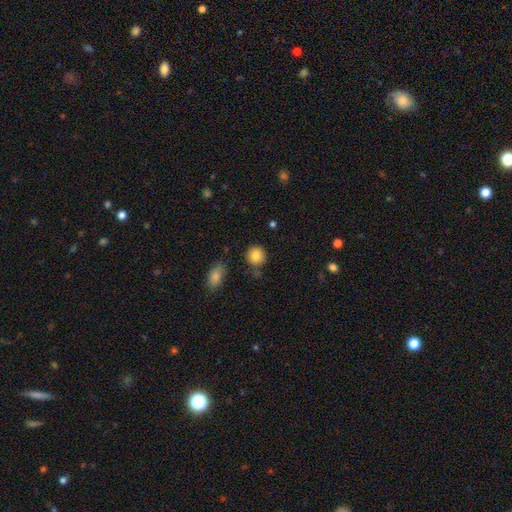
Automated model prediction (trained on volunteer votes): Smooth or featured? Predicted: smooth (p=0.84). How rounded? Predicted: round (p=0.89). Merging? Predicted: none (p=0.80).